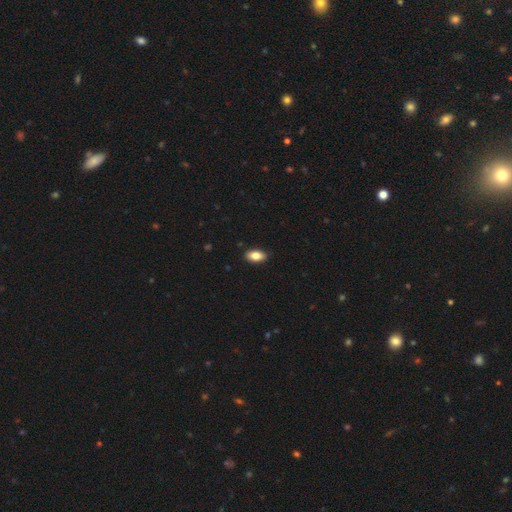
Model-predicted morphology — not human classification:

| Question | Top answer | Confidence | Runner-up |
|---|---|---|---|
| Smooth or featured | smooth | 83% | featured or disk (10%) |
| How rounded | in between | 91% | round (4%) |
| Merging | none | 88% | minor disturbance (9%) |